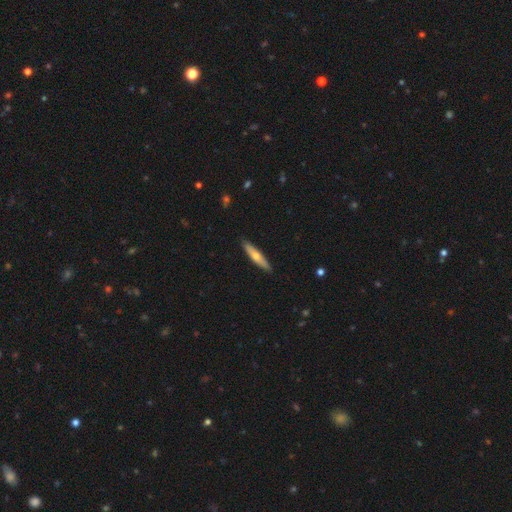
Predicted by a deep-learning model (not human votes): smooth-or-featured: smooth: 51% | featured or disk: 44% | star or artifact: 6%
  how-rounded: cigar-shaped: 87% | in between: 11% | round: 2%
  merging: none: 90% | minor disturbance: 7% | major disturbance: 1% | merger: 1%